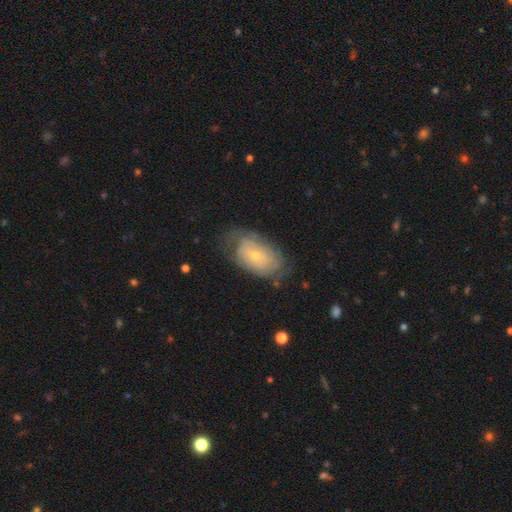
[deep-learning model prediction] Smooth or featured?
  - featured or disk: 62% *
  - smooth: 31%
  - star or artifact: 7%
Edge-on disk?
  - no: 94% *
  - yes: 6%
Bar?
  - no: 79% *
  - weak: 18%
  - strong: 3%
Spiral arms?
  - yes: 74% *
  - no: 26%
Bulge size?
  - small: 75% *
  - moderate: 21%
  - none: 2%
  - large: 2%
  - dominant: 1%
Merging?
  - none: 60% *
  - minor disturbance: 25%
  - major disturbance: 13%
  - merger: 2%